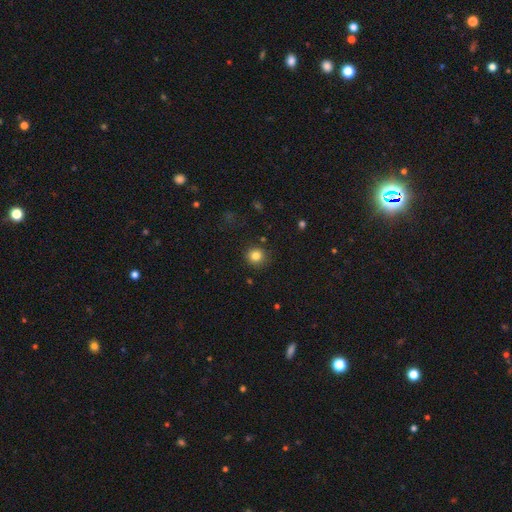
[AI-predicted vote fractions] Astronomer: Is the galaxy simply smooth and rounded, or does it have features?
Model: smooth — 83%.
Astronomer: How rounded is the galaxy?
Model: round — 91%.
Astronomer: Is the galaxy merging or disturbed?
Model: none — 87%.